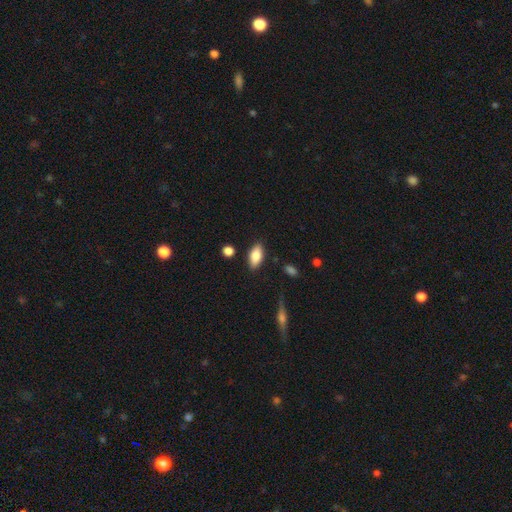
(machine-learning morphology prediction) This is clearly a smooth galaxy (82%). How rounded: clearly in between (89%). Merging: clearly none (85%).